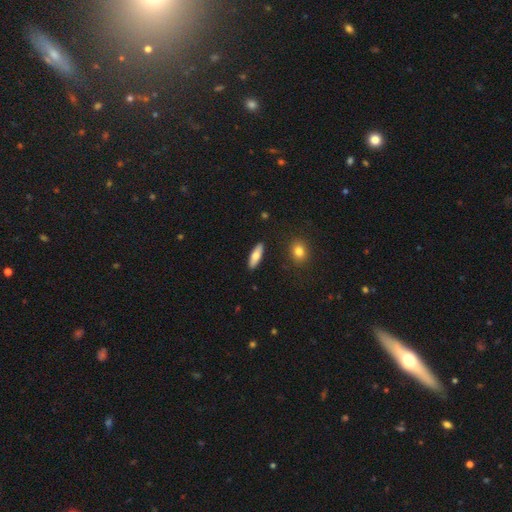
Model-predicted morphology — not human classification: Smooth or featured? smooth (70%)
How rounded? cigar-shaped (50%)
Merging? none (89%)